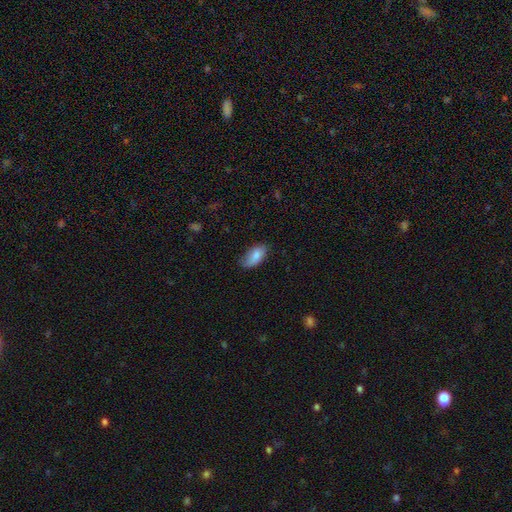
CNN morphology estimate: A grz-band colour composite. It shows a smooth galaxy with no disk features (81%) that is in between round and cigar-shaped (93%). Merging: none (63%).